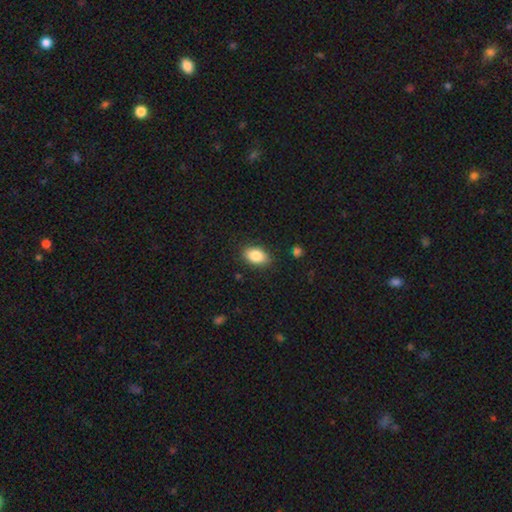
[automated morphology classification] Smooth or featured? Predicted: smooth (p=0.85). How rounded? Predicted: in between (p=0.89). Merging? Predicted: none (p=0.86).